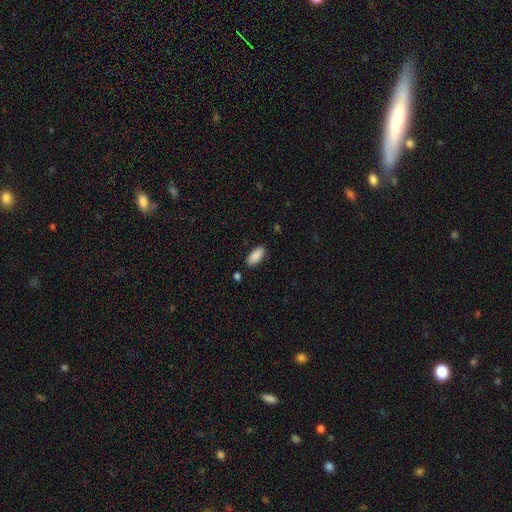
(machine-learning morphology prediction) smooth_or_featured: smooth (p=0.89) [alt: star or artifact p=0.07]
how_rounded: in between (p=0.89) [alt: cigar-shaped p=0.09]
merging: none (p=0.85) [alt: minor disturbance p=0.10]